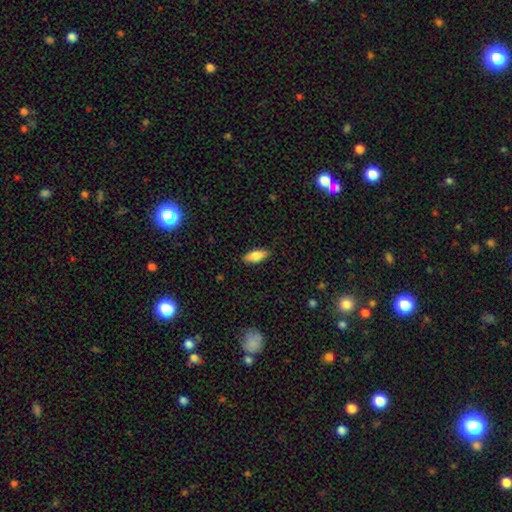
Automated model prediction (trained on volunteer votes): Morphology: type=smooth (79%); roundness=in between (73%); merging=none (87%).